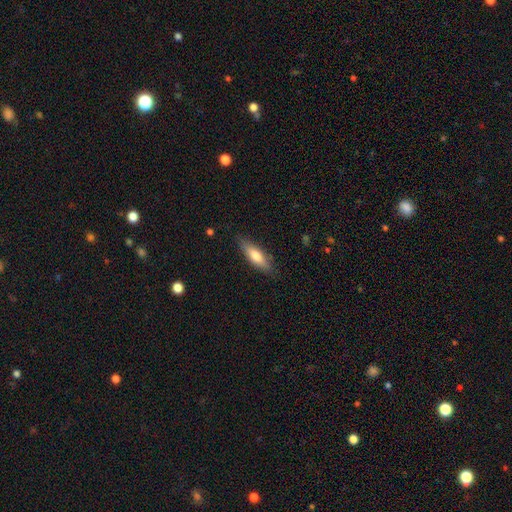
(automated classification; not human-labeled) Smooth or featured? Predicted: smooth (p=0.73). How rounded? Predicted: cigar-shaped (p=0.50). Merging? Predicted: none (p=0.82).